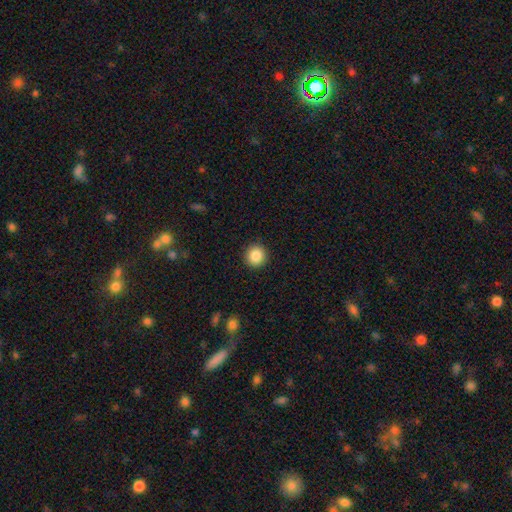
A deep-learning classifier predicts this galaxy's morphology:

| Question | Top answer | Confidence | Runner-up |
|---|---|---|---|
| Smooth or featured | smooth | 87% | star or artifact (9%) |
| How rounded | round | 93% | in between (6%) |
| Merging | none | 92% | minor disturbance (5%) |